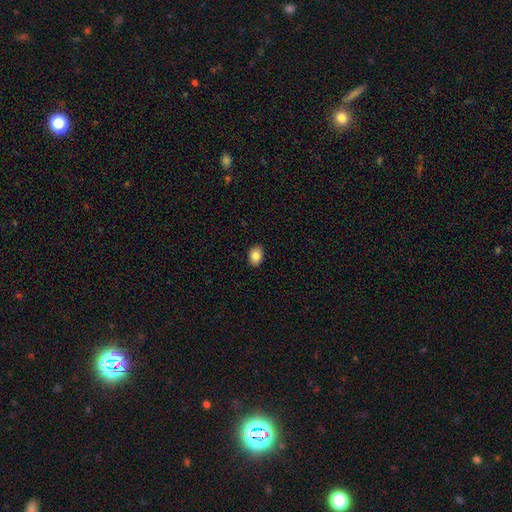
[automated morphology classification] Overall: smooth (86%). How rounded: in between (80%). Merging: none (89%).